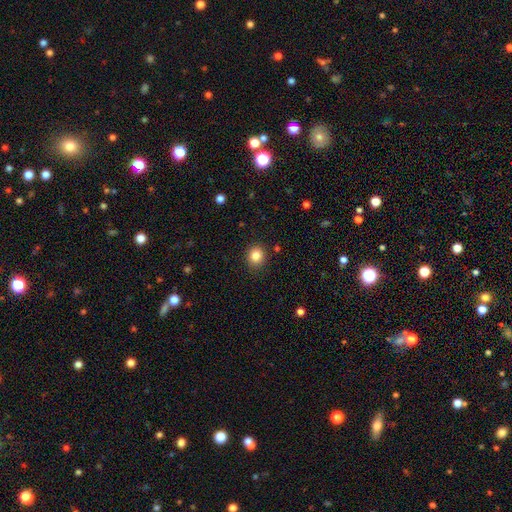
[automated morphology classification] Overall: smooth (84%). How rounded: round (76%). Merging: none (89%).